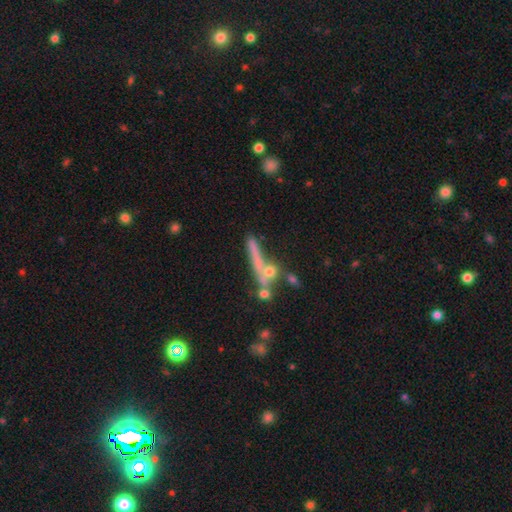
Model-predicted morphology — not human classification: smooth 43%, featured or disk 42%, star or artifact 15%. Down the decision tree: merging — none (48%).